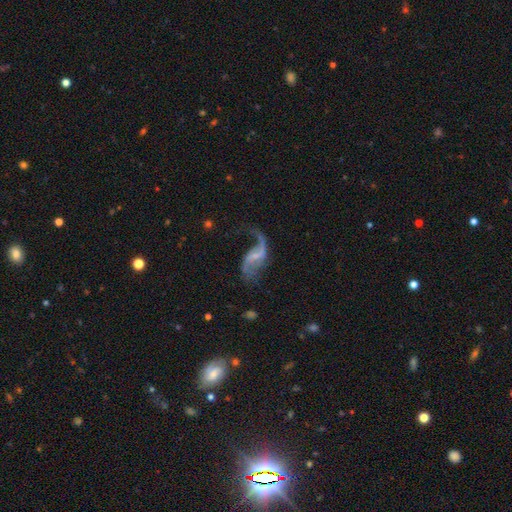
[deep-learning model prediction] featured or disk 86%, smooth 8%, star or artifact 6%. Down the decision tree: edge-on disk — no (97%); bar — weak (48%); spiral arms — yes (93%); spiral arm count — 2 (85%); spiral winding — loose (87%); bulge size — small (54%); merging — none (50%).